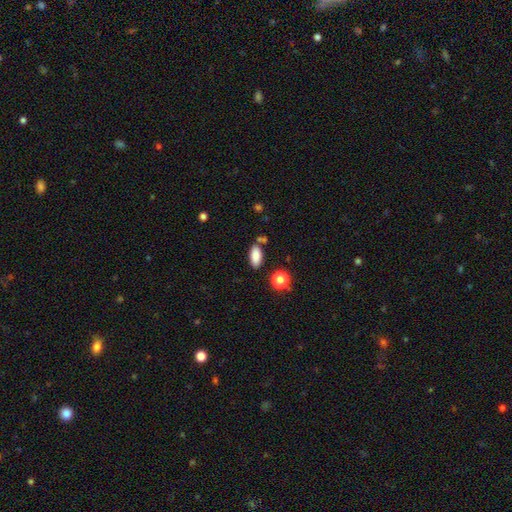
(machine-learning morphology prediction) The model was most divided on "merging": none: 76%, minor disturbance: 13%, merger: 8%, major disturbance: 3%. More confident: how rounded — in between (87%); smooth or featured — smooth (86%).